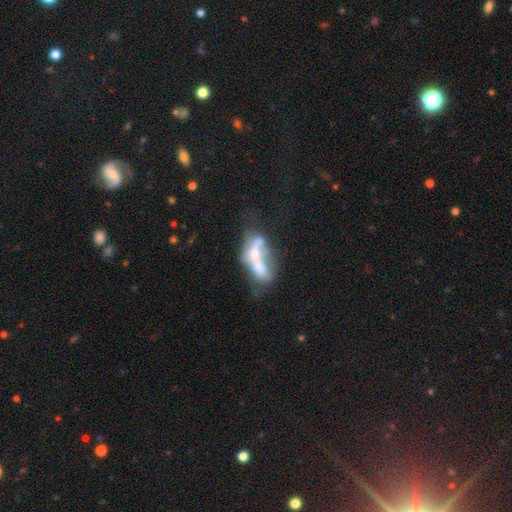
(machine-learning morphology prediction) Q: Smooth or featured?
A: featured or disk (56%); runner-up: smooth (34%)
Q: Edge-on disk?
A: no (85%); runner-up: yes (15%)
Q: Merging?
A: merger (61%); runner-up: major disturbance (15%)